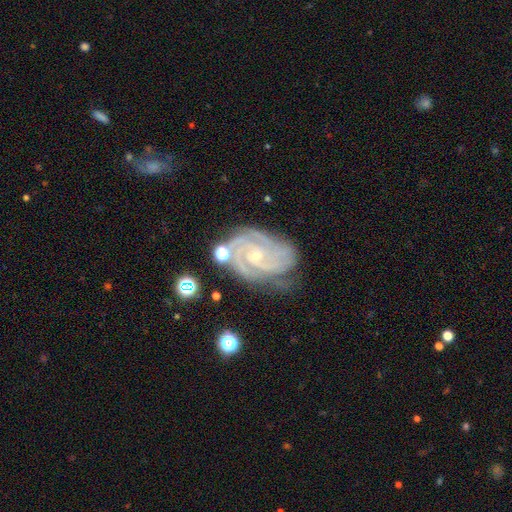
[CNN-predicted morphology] The model was most divided on "spiral arm count": 3: 37%, 4: 26%, 2: 14%, can't tell: 13%, more than 4: 5%, 1: 5%. More confident: spiral arms — yes (98%); edge-on disk — no (97%); smooth or featured — featured or disk (88%); bulge size — small (74%); spiral winding — tight (71%); bar — no (68%); merging — none (63%).